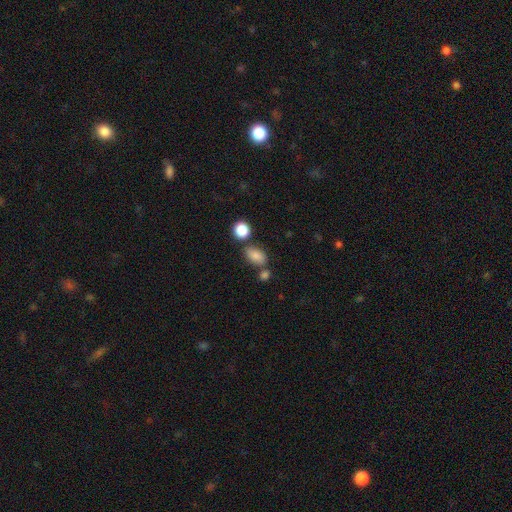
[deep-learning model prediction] smooth-or-featured: smooth: 81% | star or artifact: 10% | featured or disk: 9%
  how-rounded: in between: 84% | round: 13% | cigar-shaped: 2%
  merging: none: 67% | minor disturbance: 14% | merger: 14% | major disturbance: 4%